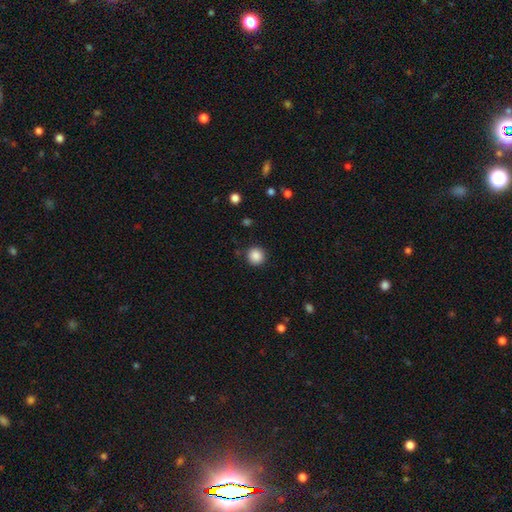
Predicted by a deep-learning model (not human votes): smooth-or-featured: smooth: 88% | star or artifact: 10% | featured or disk: 3%
  how-rounded: round: 94% | in between: 5% | cigar-shaped: 1%
  merging: none: 90% | minor disturbance: 7% | major disturbance: 2% | merger: 1%